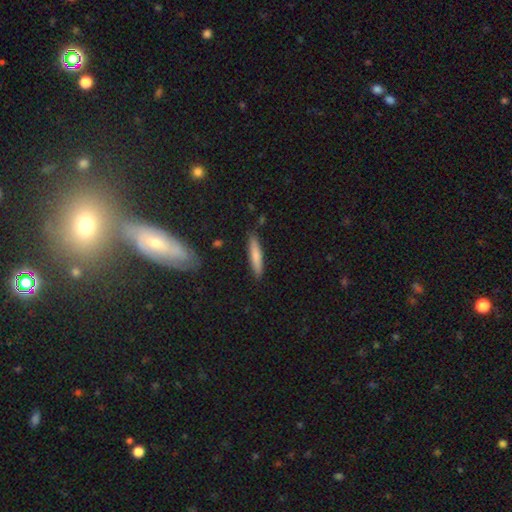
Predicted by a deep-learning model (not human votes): Smooth or featured?
  - smooth: 75% *
  - featured or disk: 19%
  - star or artifact: 6%
How rounded?
  - cigar-shaped: 87% *
  - in between: 12%
  - round: 1%
Merging?
  - none: 86% *
  - minor disturbance: 10%
  - major disturbance: 2%
  - merger: 2%